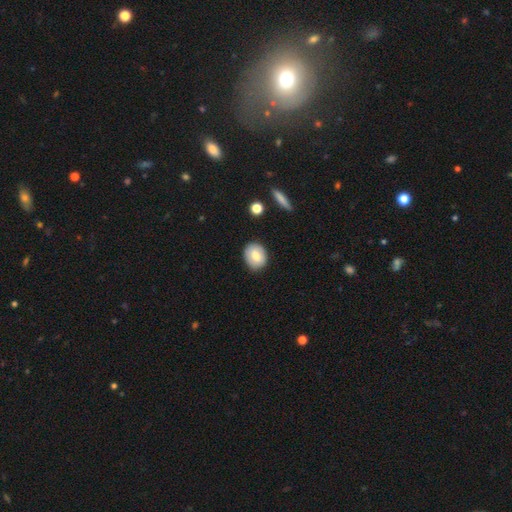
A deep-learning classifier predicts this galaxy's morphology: Overall: smooth (74%). How rounded: round (58%; in between 40%). Merging: none (85%).